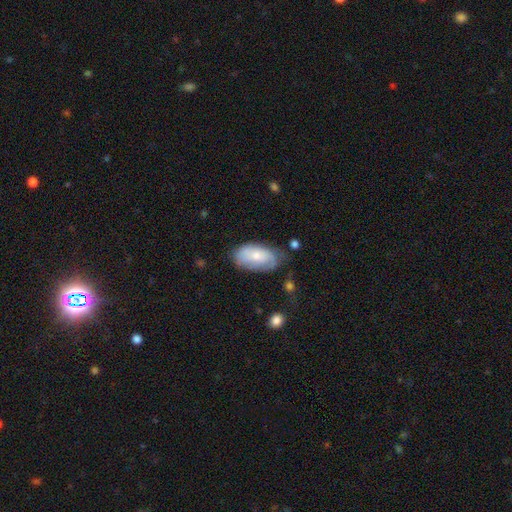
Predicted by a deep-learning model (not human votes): The model was most divided on "smooth or featured": smooth: 57%, featured or disk: 36%, star or artifact: 7%. More confident: how rounded — in between (94%); merging — none (59%).